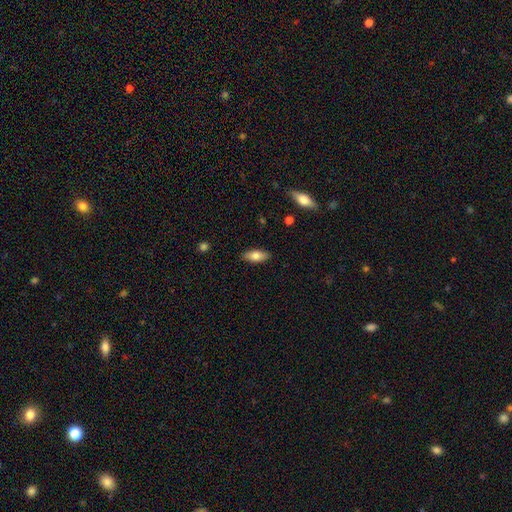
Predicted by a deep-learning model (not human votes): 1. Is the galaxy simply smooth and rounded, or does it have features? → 76% smooth, 17% featured or disk, 7% star or artifact.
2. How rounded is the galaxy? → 80% in between, 17% cigar-shaped, 2% round.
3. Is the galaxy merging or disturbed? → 88% none, 9% minor disturbance, 2% major disturbance, 1% merger.